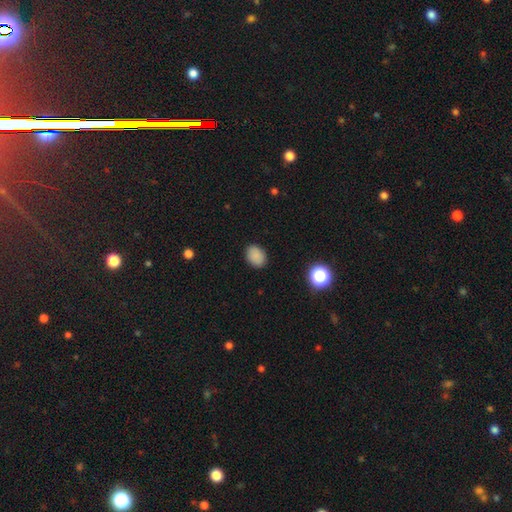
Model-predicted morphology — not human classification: type=smooth (86%); roundness=in between (66%); merging=none (88%).